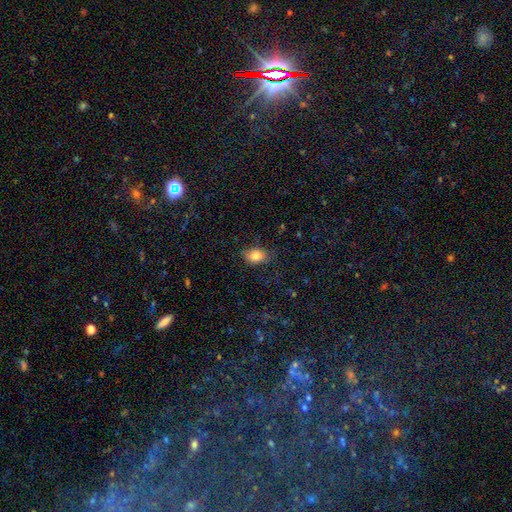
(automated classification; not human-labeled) Overall: smooth (82%). How rounded: in between (78%). Merging: none (76%).